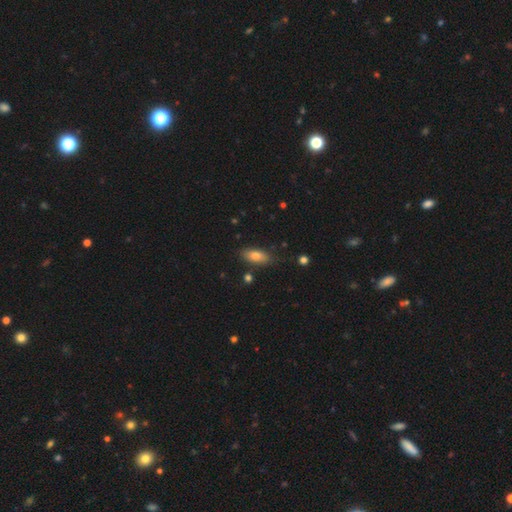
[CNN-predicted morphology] type=smooth (78%); roundness=in between (82%); merging=none (79%).